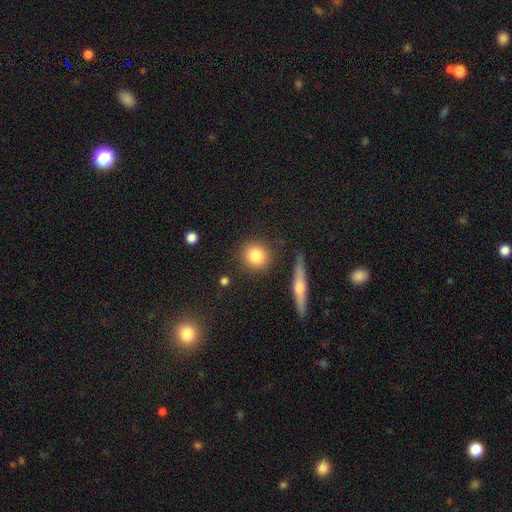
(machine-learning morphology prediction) Smooth or featured? Predicted: smooth (p=0.83). How rounded? Predicted: round (p=0.87). Merging? Predicted: none (p=0.85).